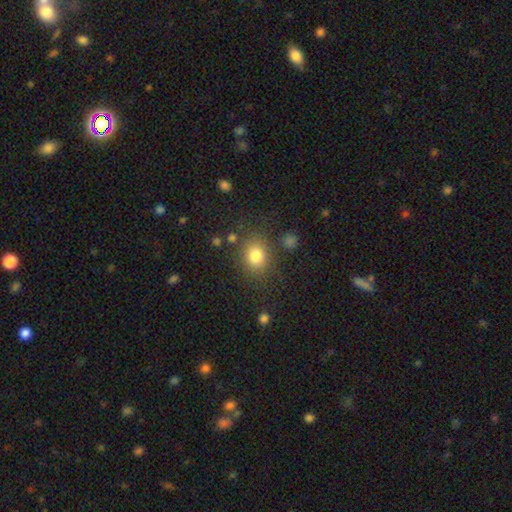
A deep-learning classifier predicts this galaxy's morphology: smooth_or_featured: smooth (p=0.81) [alt: star or artifact p=0.11]
how_rounded: round (p=0.63) [alt: in between p=0.36]
merging: none (p=0.77) [alt: minor disturbance p=0.12]